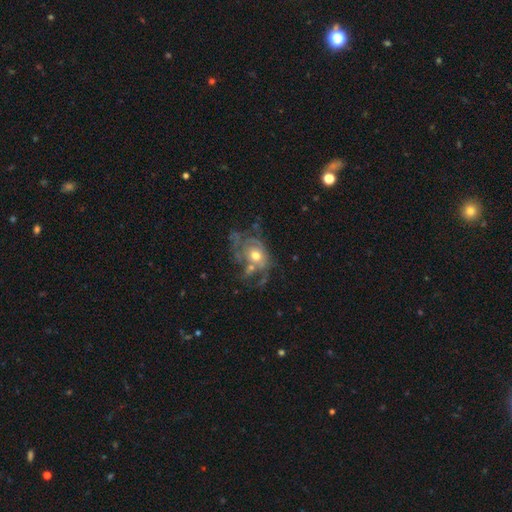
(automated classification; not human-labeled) featured or disk 67%, smooth 25%, star or artifact 8%. Down the decision tree: edge-on disk — no (96%); bar — no (83%); spiral arms — yes (58%); bulge size — moderate (73%); merging — none (32%, tied with major disturbance).